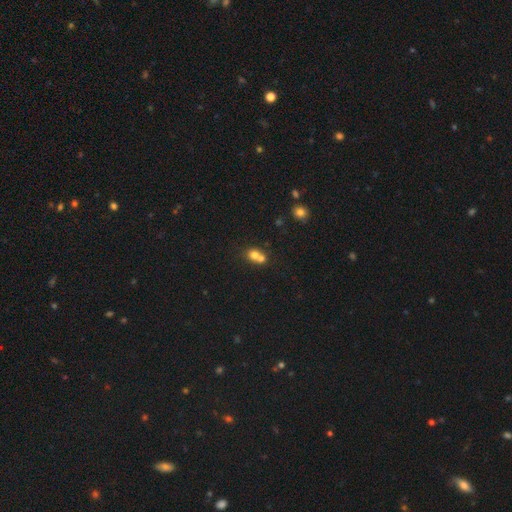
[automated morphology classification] Smooth or featured? smooth (72%)
How rounded? round (68%)
Merging? merger (62%)